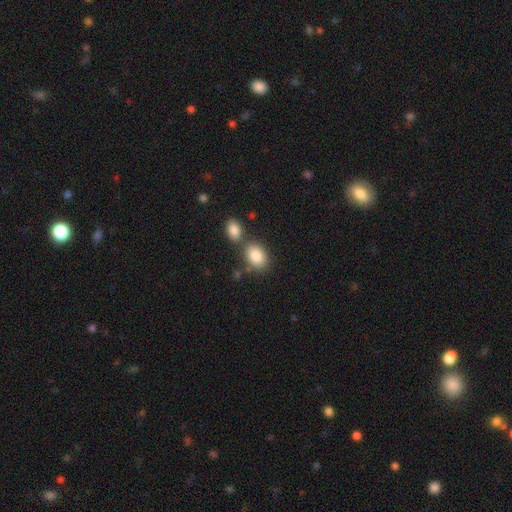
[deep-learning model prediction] Smooth or featured: smooth — 85% (featured or disk — 7%)
How rounded: in between — 80% (round — 19%)
Merging: none — 57% (merger — 27%)